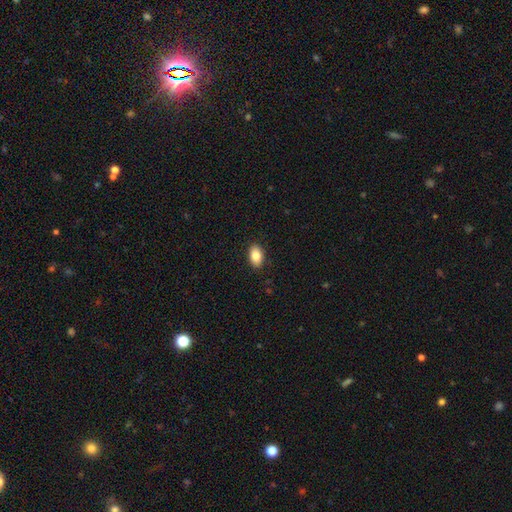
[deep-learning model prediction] Smooth or featured: smooth — 85% (star or artifact — 8%)
How rounded: in between — 91% (round — 7%)
Merging: none — 89% (minor disturbance — 8%)